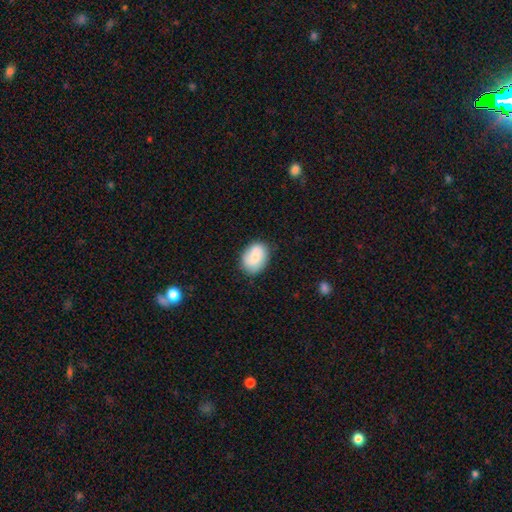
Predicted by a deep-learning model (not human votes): Overall: smooth (70%). How rounded: in between (69%; round 30%). Merging: none (79%).